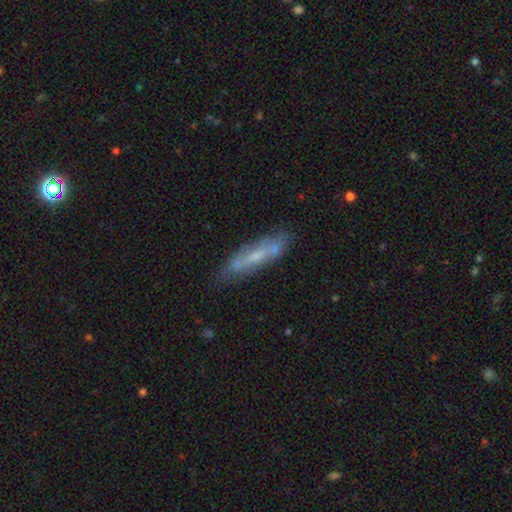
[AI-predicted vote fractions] Morphology: type=featured or disk (53%); edge-on=no (50%, tied with yes); merging=none (66%).